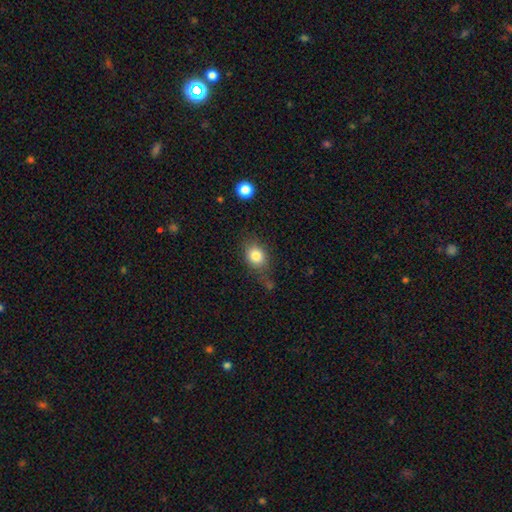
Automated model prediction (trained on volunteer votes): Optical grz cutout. It shows a smooth galaxy with no disk features (81%) that is round (49%, tied with in between). Merging: none (63%).